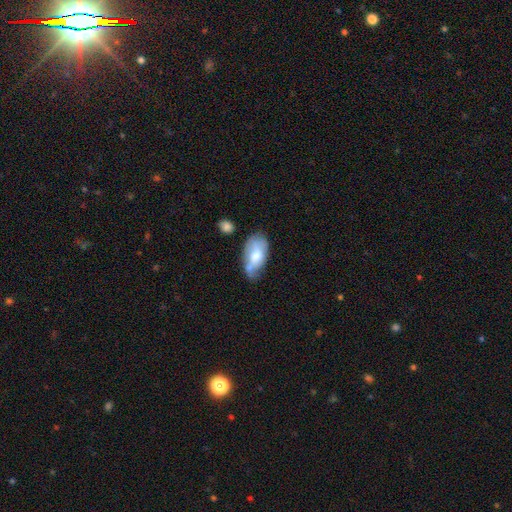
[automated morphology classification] This is possibly a smooth galaxy (59%). How rounded: clearly in between (93%). Merging: marginally none (40%).